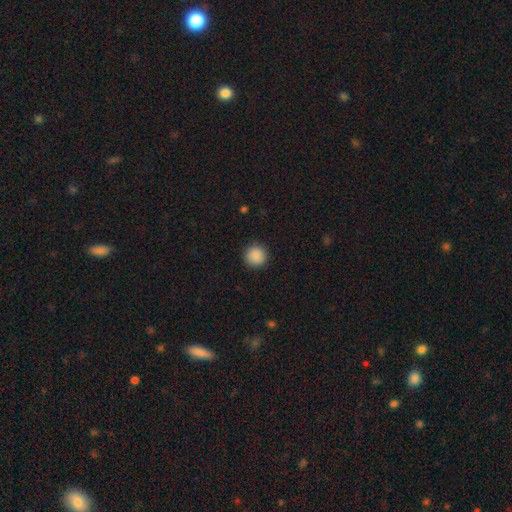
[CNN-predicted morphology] Smooth or featured: smooth — 89% (star or artifact — 8%)
How rounded: round — 95% (in between — 5%)
Merging: none — 92% (minor disturbance — 5%)